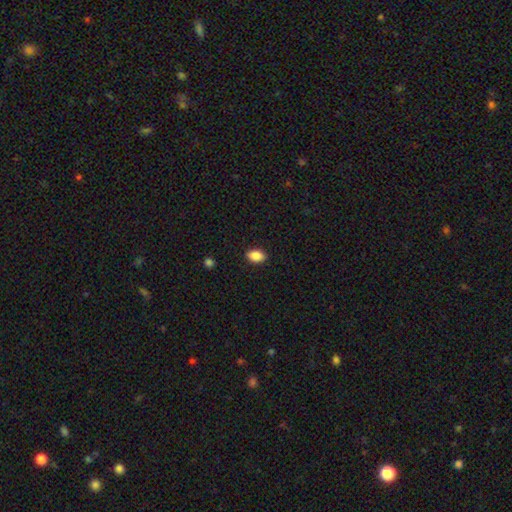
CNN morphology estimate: The model was most divided on "how rounded": in between: 88%, round: 10%, cigar-shaped: 2%. More confident: merging — none (88%); smooth or featured — smooth (87%).